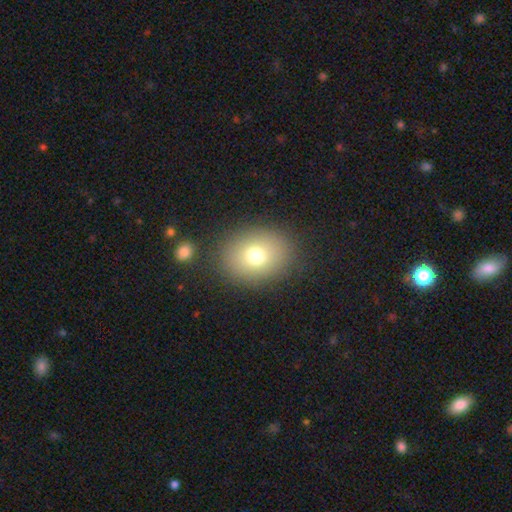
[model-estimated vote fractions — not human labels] Overall: smooth (73%). How rounded: in between (51%; round 48%). Merging: none (84%).